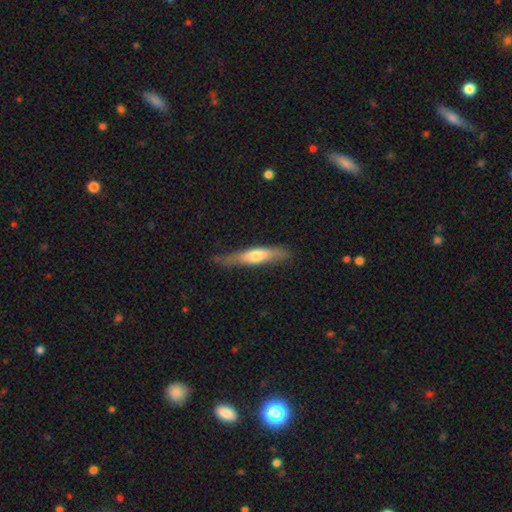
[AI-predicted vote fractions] Smooth or featured? smooth (51%)
How rounded? cigar-shaped (82%)
Merging? none (73%)